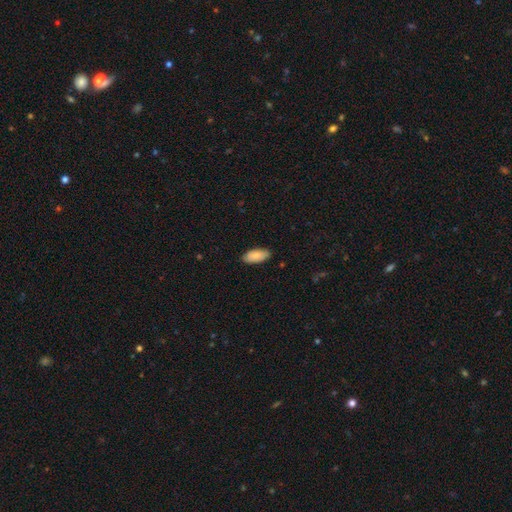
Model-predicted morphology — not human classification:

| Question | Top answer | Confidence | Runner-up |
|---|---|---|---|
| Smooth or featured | smooth | 85% | featured or disk (9%) |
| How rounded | in between | 91% | cigar-shaped (7%) |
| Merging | none | 85% | minor disturbance (12%) |